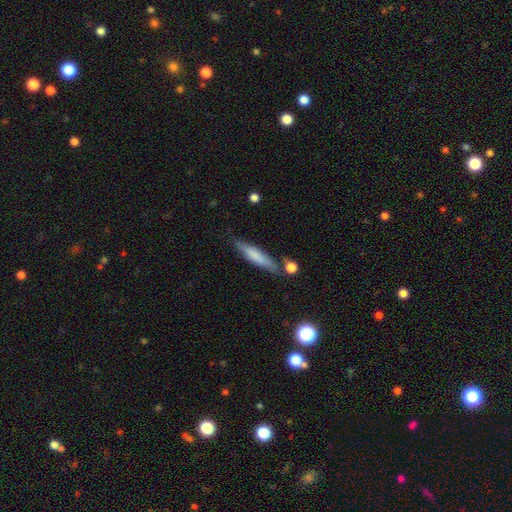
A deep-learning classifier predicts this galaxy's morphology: smooth 68%, featured or disk 26%, star or artifact 6%. Down the decision tree: how rounded — cigar-shaped (85%); merging — none (73%).